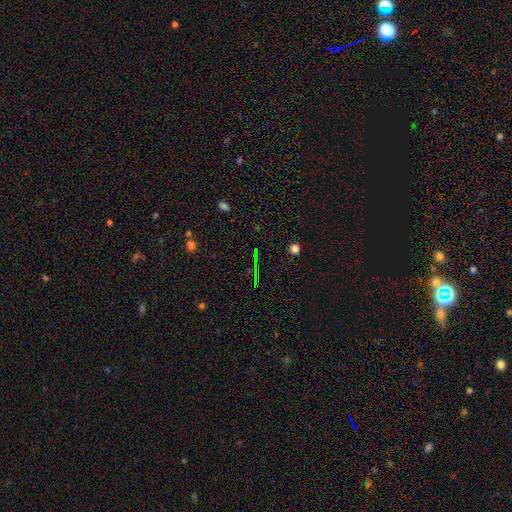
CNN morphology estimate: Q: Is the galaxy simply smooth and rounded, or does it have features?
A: star or artifact — 70%.